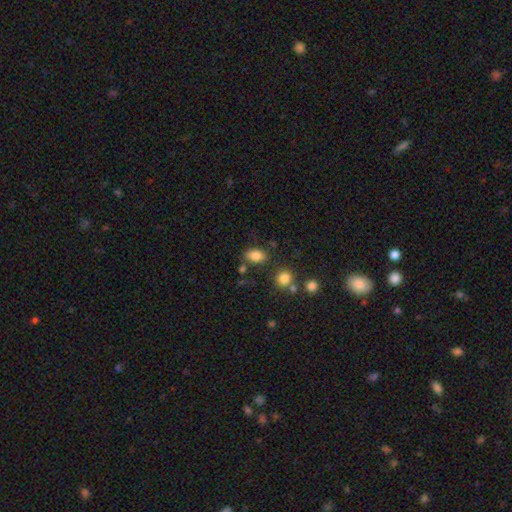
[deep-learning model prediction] This is clearly a smooth galaxy (83%). How rounded: clearly in between (85%). Merging: likely none (75%).